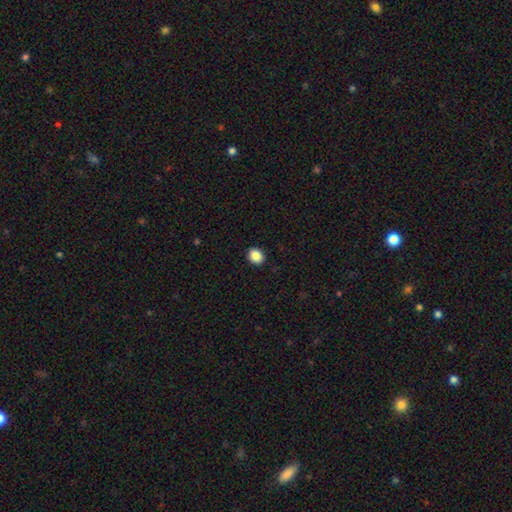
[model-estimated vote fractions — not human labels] This is clearly a smooth galaxy (87%). How rounded: likely round (62%). Merging: clearly none (91%).